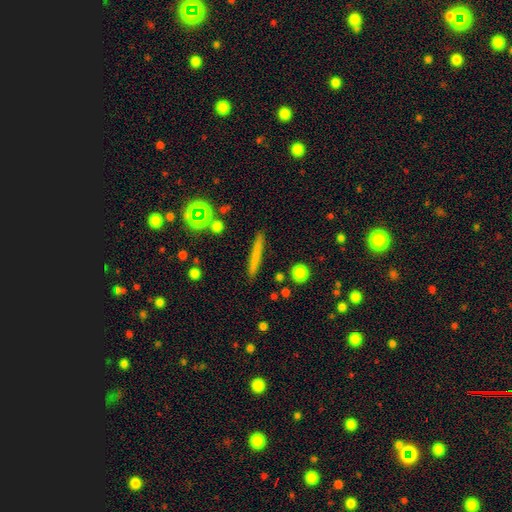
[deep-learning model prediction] A smooth galaxy with no disk features (64%) that is cigar-shaped (93%).

Vote fractions:
- Smooth or featured? smooth: 64% / featured or disk: 26% / star or artifact: 10%
- How rounded? cigar-shaped: 93% / in between: 3% / round: 3%
- Merging? none: 89% / minor disturbance: 7% / merger: 2% / major disturbance: 2%